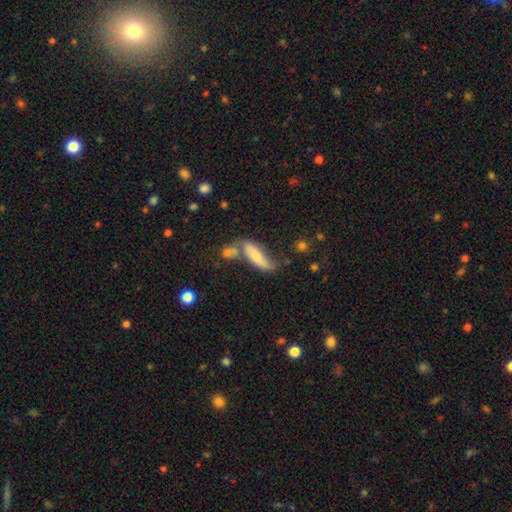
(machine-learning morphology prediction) Overall: smooth (56%; featured or disk 36%). How rounded: in between (53%; cigar-shaped 44%). Merging: none (40%; merger 28%).